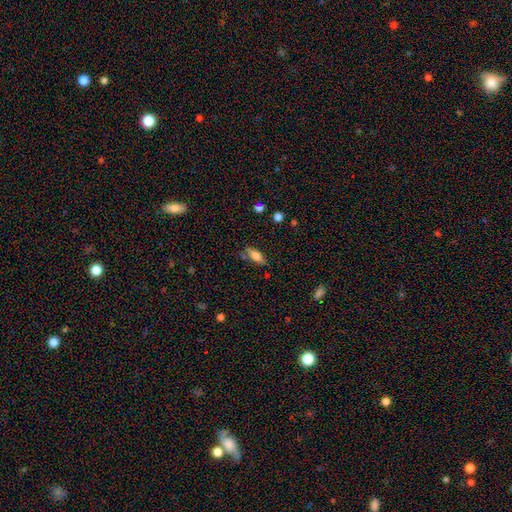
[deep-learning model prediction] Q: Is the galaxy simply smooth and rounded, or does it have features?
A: smooth — 71%.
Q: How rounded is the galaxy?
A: in between — 68%.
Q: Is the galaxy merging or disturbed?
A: none — 69%.